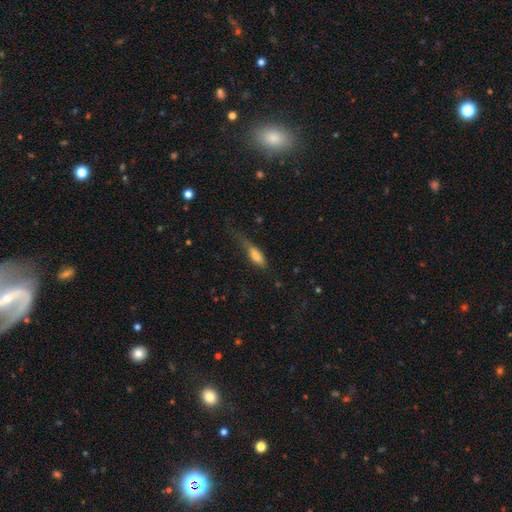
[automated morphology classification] Smooth or featured? Predicted: smooth (p=0.73). How rounded? Predicted: in between (p=0.54). Merging? Predicted: none (p=0.38).